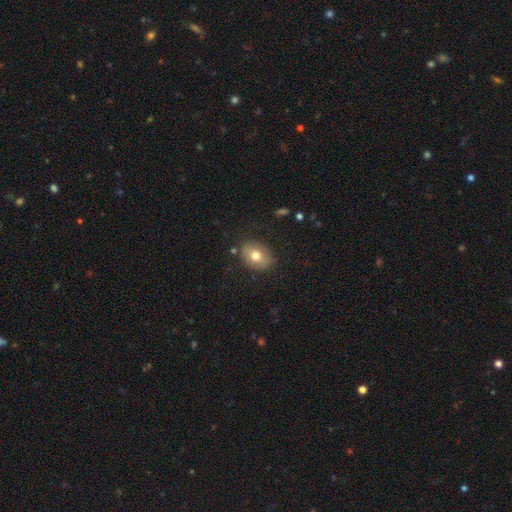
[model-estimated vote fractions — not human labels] Smooth or featured? Predicted: smooth (p=0.74). How rounded? Predicted: in between (p=0.63). Merging? Predicted: none (p=0.82).